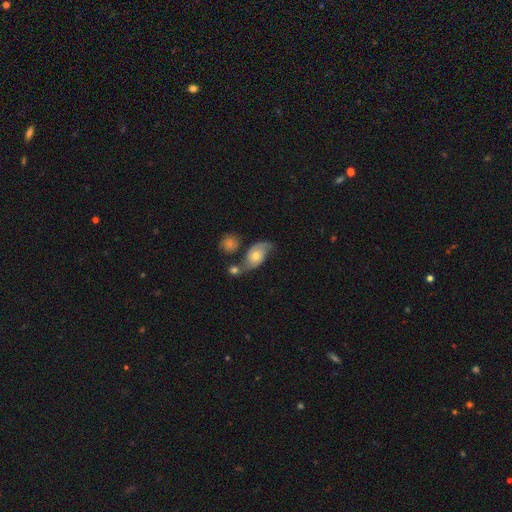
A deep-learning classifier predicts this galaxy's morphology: Overall: featured or disk (62%; smooth 31%). Edge-on disk: no (95%). Bar: no (75%). Spiral arms: yes (87%). Spiral arm count: 2 (82%). Spiral winding: loose (42%; medium 38%). Bulge size: moderate (66%). Merging: none (39%; merger 28%).